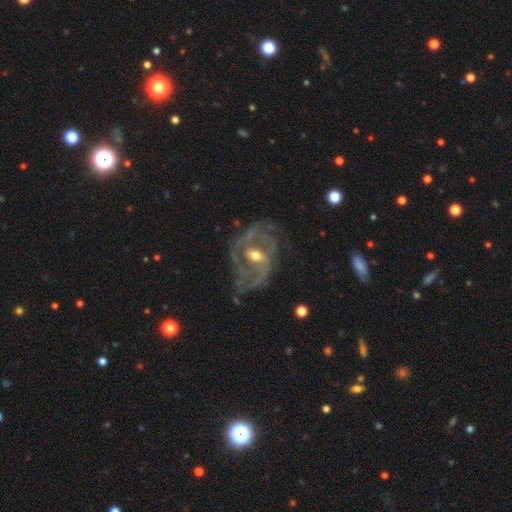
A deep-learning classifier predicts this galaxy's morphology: This is clearly a featured or disk galaxy (88%). It is clearly not viewed edge-on (97%). Bar: possibly weak (45%). Spiral arm pattern: clearly yes (91%). Spiral arm count: marginally 2 (44%). Spiral winding: possibly medium (46%). Central bulge: likely moderate (65%). Merging: possibly none (55%).